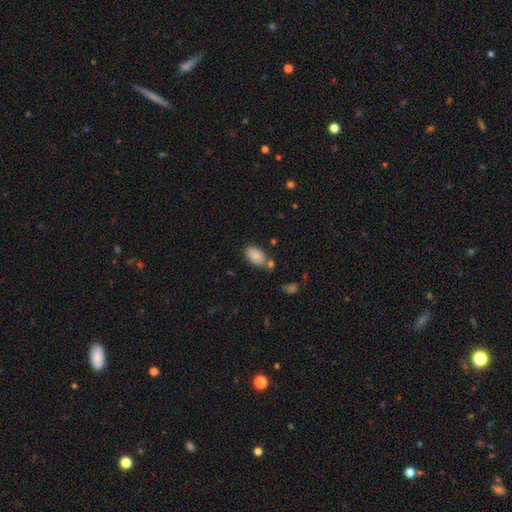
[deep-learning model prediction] Q: Smooth or featured?
A: smooth (84%); runner-up: featured or disk (8%)
Q: How rounded?
A: in between (93%); runner-up: round (6%)
Q: Merging?
A: none (67%); runner-up: minor disturbance (15%)